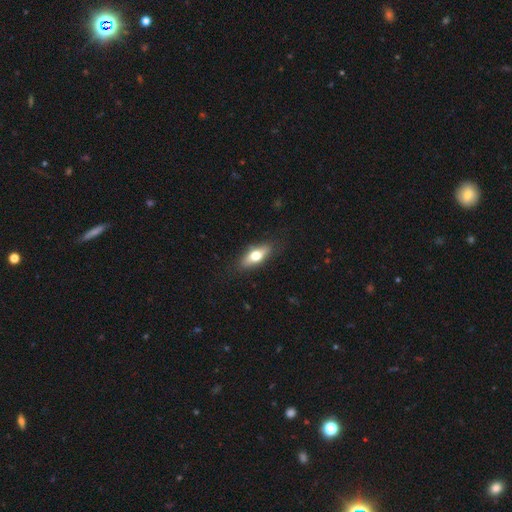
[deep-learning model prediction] A smooth galaxy with no disk features (62%) that is in between round and cigar-shaped (68%).

Vote fractions:
- Smooth or featured? smooth: 62% / featured or disk: 32% / star or artifact: 7%
- How rounded? in between: 68% / cigar-shaped: 27% / round: 5%
- Merging? none: 85% / minor disturbance: 11% / major disturbance: 3% / merger: 1%